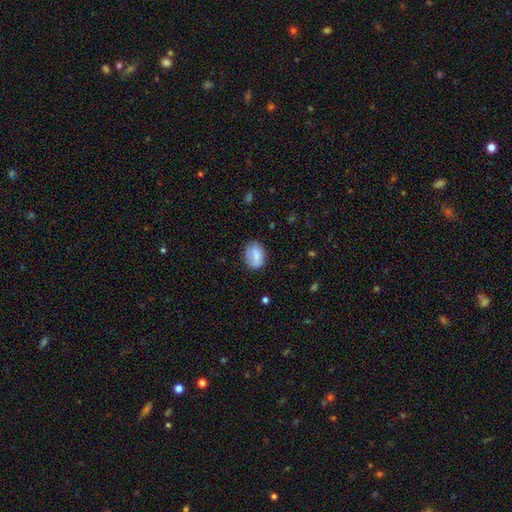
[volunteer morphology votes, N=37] Volunteers were most divided on "how rounded": in between: 78%, round: 22%, cigar-shaped: 0%. More confident: smooth or featured — smooth (86%); merging — none (83%).